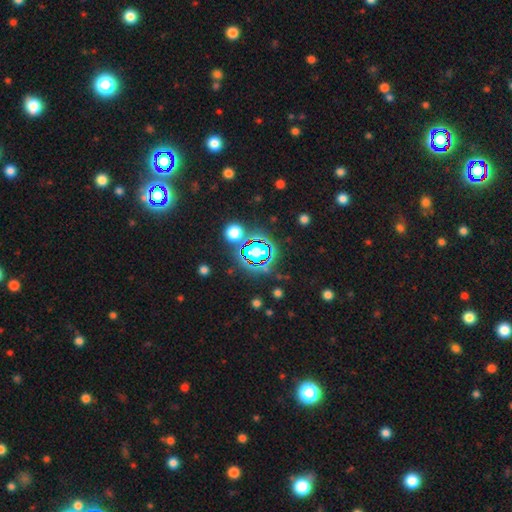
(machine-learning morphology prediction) Overall: star or artifact (66%).